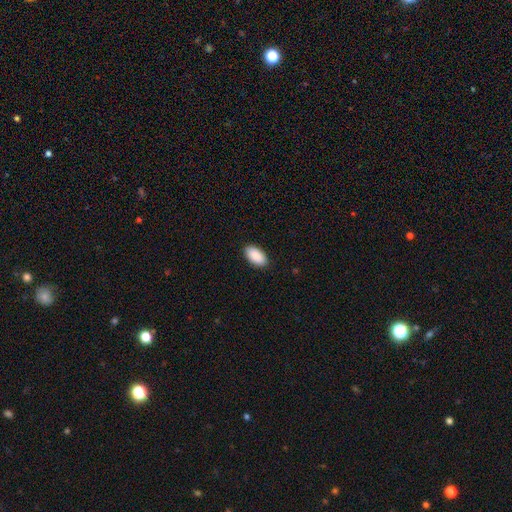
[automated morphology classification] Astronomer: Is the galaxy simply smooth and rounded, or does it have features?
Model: smooth — 91%.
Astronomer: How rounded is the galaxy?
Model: in between — 96%.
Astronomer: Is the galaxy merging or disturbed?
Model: none — 90%.